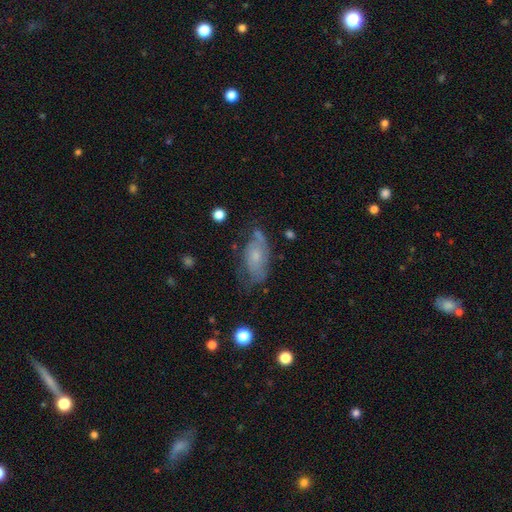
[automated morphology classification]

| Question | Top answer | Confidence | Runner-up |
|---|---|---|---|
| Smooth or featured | featured or disk | 50% | smooth (41%) |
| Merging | none | 53% | minor disturbance (28%) |